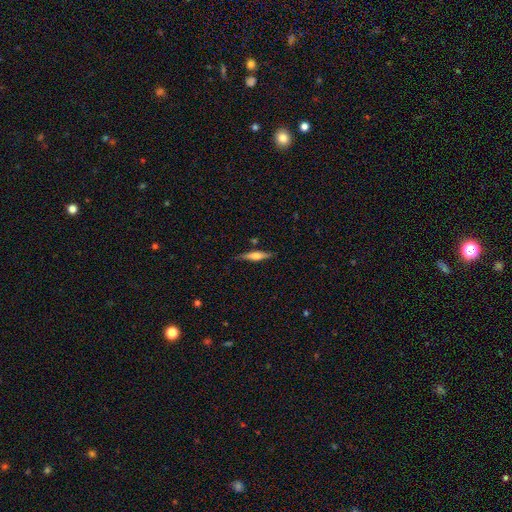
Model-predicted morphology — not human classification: This appears to be a featured or disk galaxy (52%) viewed edge-on (95%). Merging: none (83%).